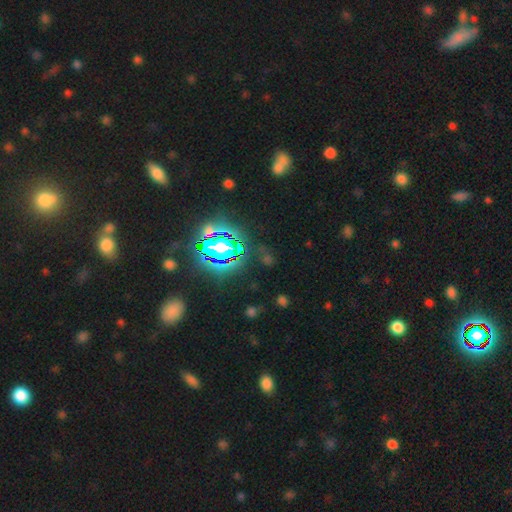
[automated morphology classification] smooth-or-featured: star or artifact: 81% | smooth: 11% | featured or disk: 8%